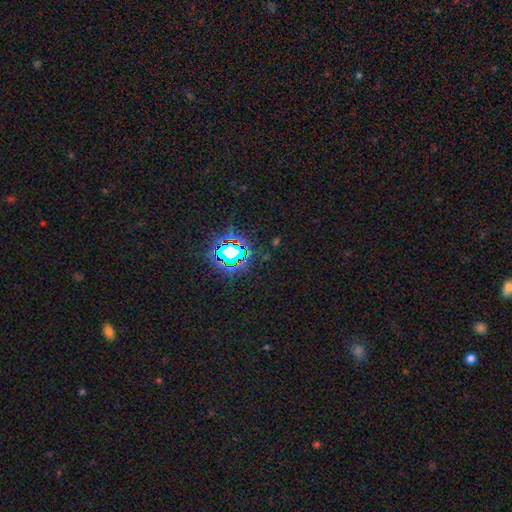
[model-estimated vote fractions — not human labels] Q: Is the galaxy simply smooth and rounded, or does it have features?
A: star or artifact — 80%.